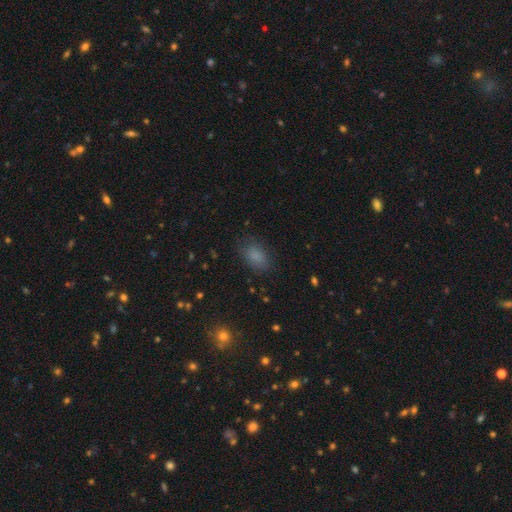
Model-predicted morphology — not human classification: Q: Smooth or featured?
A: smooth (82%); runner-up: star or artifact (11%)
Q: How rounded?
A: in between (87%); runner-up: round (11%)
Q: Merging?
A: none (79%); runner-up: minor disturbance (15%)